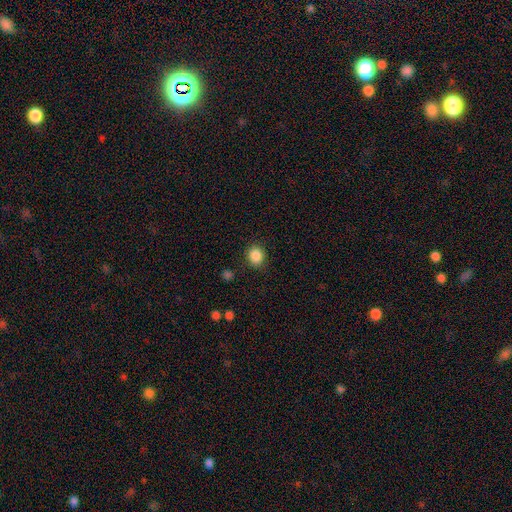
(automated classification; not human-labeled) A smooth galaxy with no disk features (87%) that is round (70%).

Vote fractions:
- Smooth or featured? smooth: 87% / star or artifact: 10% / featured or disk: 3%
- How rounded? round: 70% / in between: 29% / cigar-shaped: 1%
- Merging? none: 87% / minor disturbance: 9% / major disturbance: 3% / merger: 2%